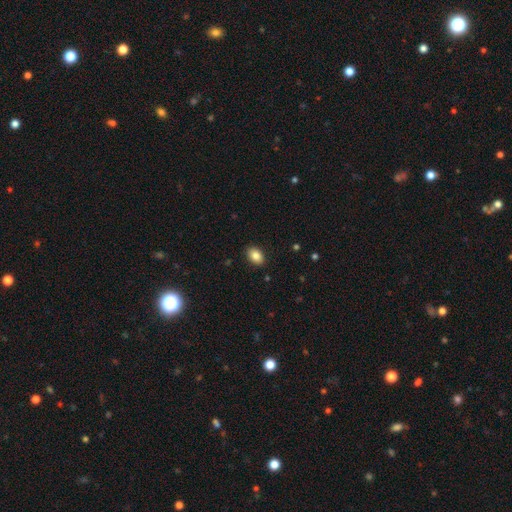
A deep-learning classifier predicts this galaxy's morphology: Q: Smooth or featured?
A: smooth (86%); runner-up: star or artifact (8%)
Q: How rounded?
A: in between (83%); runner-up: round (16%)
Q: Merging?
A: none (89%); runner-up: minor disturbance (8%)